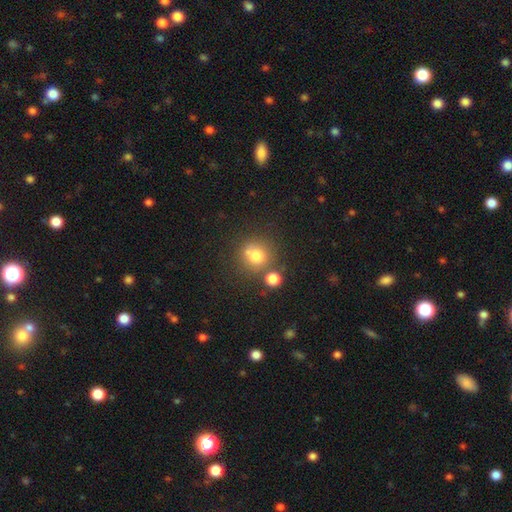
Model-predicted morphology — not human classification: A smooth galaxy with no disk features (73%) that is round (87%). Merging: none (60%).